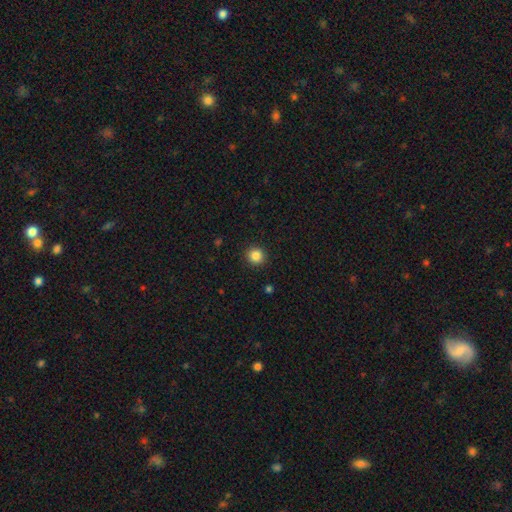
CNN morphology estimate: smooth 86%, star or artifact 11%, featured or disk 4%. Down the decision tree: how rounded — round (93%); merging — none (92%).